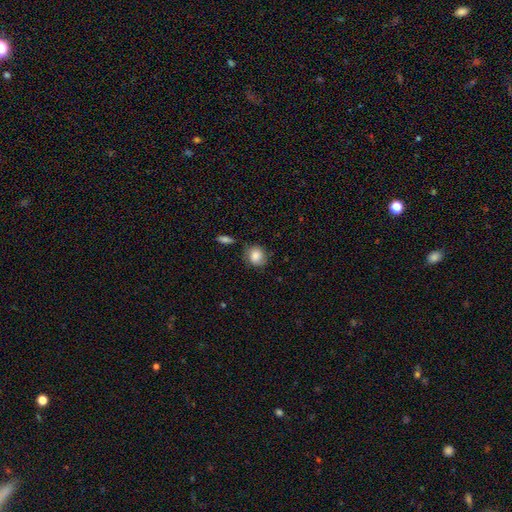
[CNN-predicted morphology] Smooth or featured? Predicted: smooth (p=0.82). How rounded? Predicted: round (p=0.78). Merging? Predicted: none (p=0.73).